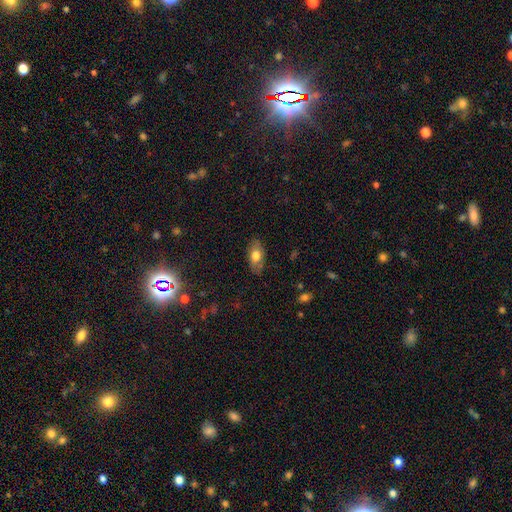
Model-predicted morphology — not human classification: smooth_or_featured: smooth (p=0.72) [alt: featured or disk p=0.20]
how_rounded: in between (p=0.89) [alt: cigar-shaped p=0.06]
merging: none (p=0.83) [alt: minor disturbance p=0.13]